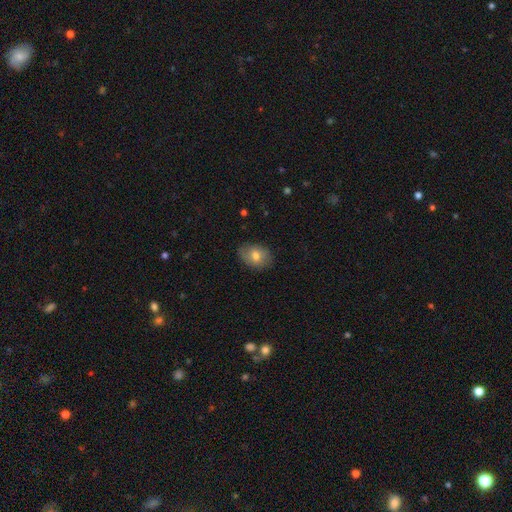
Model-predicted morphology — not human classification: The model was most divided on "how rounded": in between: 70%, round: 29%, cigar-shaped: 1%. More confident: merging — none (78%); smooth or featured — smooth (70%).